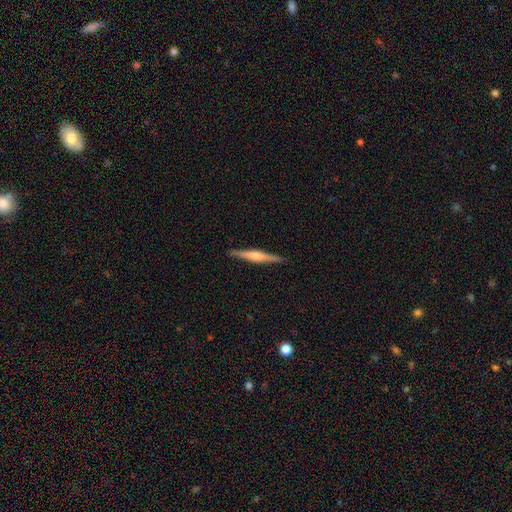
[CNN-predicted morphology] Smooth or featured? featured or disk (66%)
Edge-on disk? yes (98%)
Edge-on bulge? rounded (69%)
Merging? none (91%)